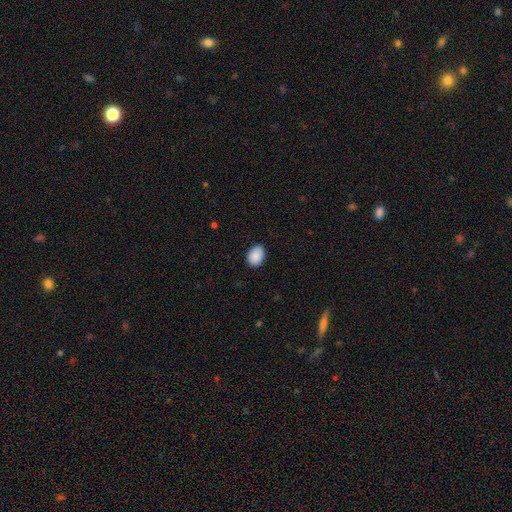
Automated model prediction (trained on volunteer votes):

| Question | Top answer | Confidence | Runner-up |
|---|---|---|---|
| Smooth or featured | smooth | 90% | star or artifact (7%) |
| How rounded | in between | 79% | round (20%) |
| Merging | none | 88% | minor disturbance (9%) |